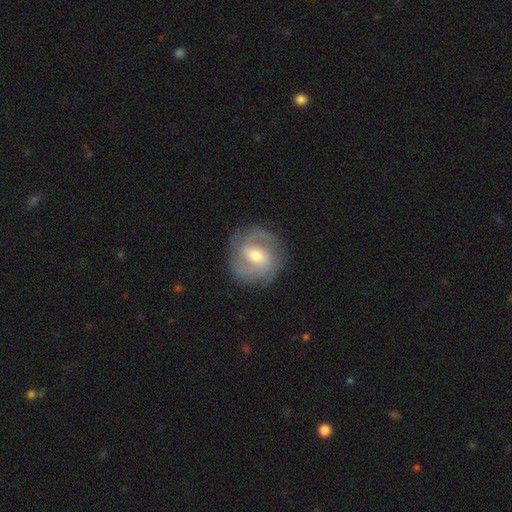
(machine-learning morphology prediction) type=featured or disk (80%); edge-on=no (97%); bar=weak (48%); spiral arms=yes (94%); winding=medium (43%, tied with tight); arm count=2 (47%); bulge=moderate (60%); merging=none (81%).